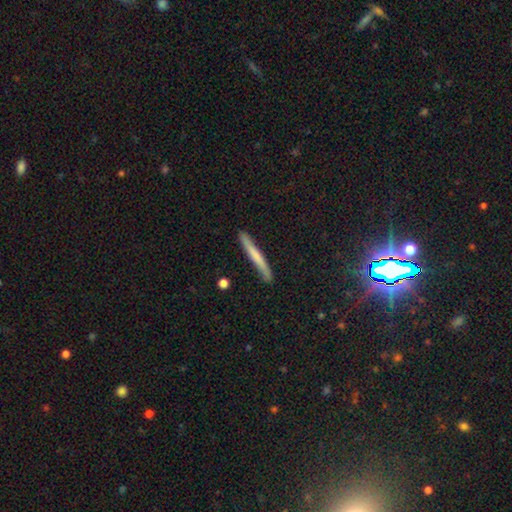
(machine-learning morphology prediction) Smooth or featured: smooth — 61% (featured or disk — 33%)
How rounded: cigar-shaped — 96% (in between — 2%)
Merging: none — 86% (minor disturbance — 11%)